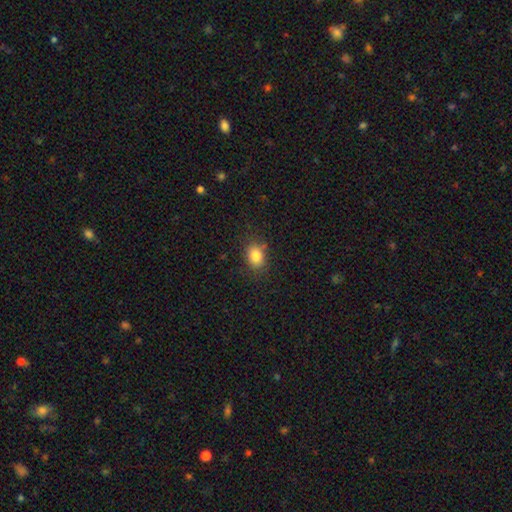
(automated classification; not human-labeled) This is clearly a smooth galaxy (83%). How rounded: likely in between (68%). Merging: clearly none (81%).